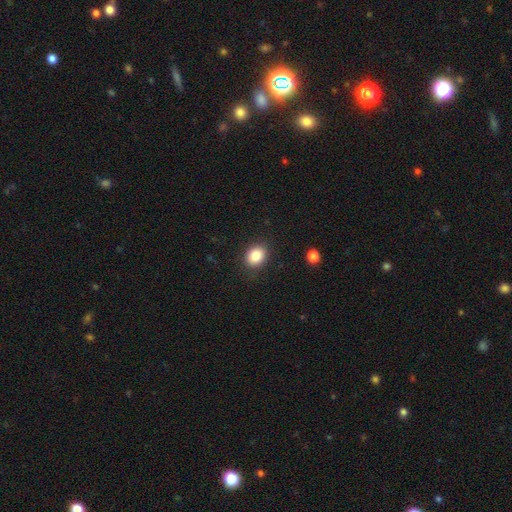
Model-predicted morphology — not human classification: Smooth or featured? smooth (84%)
How rounded? round (53%)
Merging? none (87%)